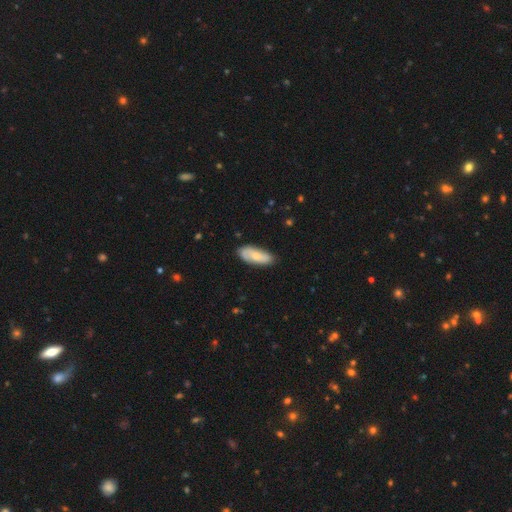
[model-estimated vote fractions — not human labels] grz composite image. It shows a smooth galaxy with no disk features (62%) that is in between round and cigar-shaped (75%). Merging: none (78%).